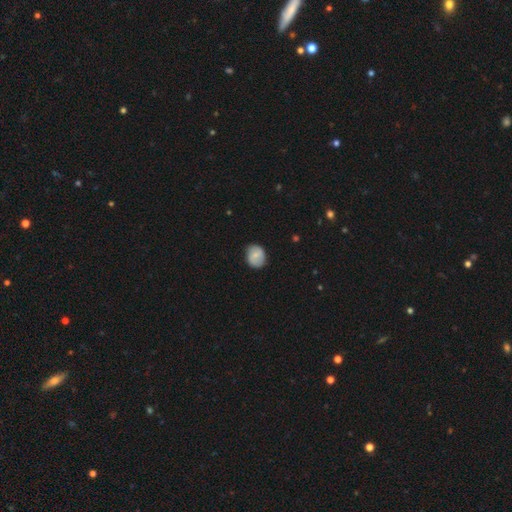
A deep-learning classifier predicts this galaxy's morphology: type=smooth (67%); roundness=round (65%); merging=none (82%).